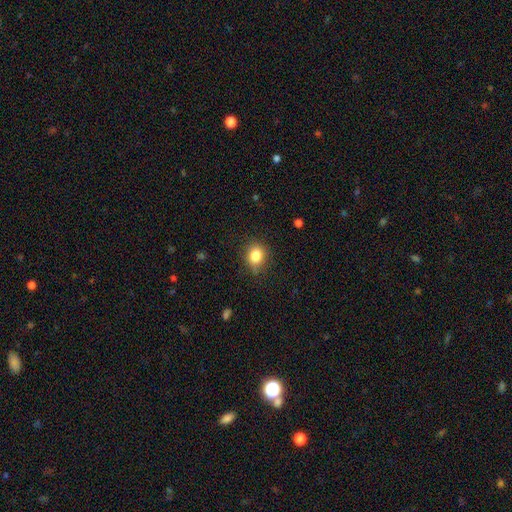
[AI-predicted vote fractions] This is clearly a smooth galaxy (82%). How rounded: likely round (66%). Merging: likely none (79%).